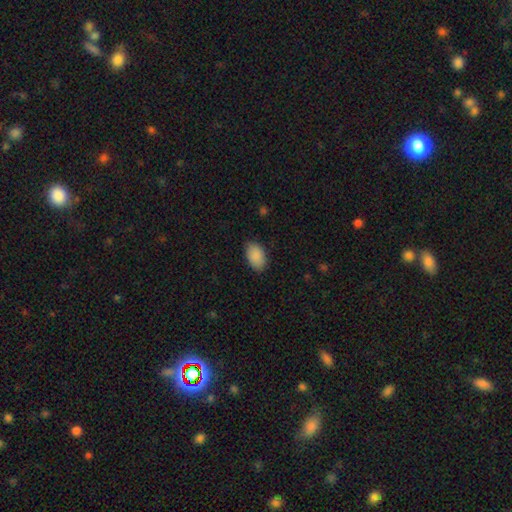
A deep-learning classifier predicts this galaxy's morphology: This is clearly a smooth galaxy (90%). How rounded: clearly in between (92%). Merging: clearly none (84%).